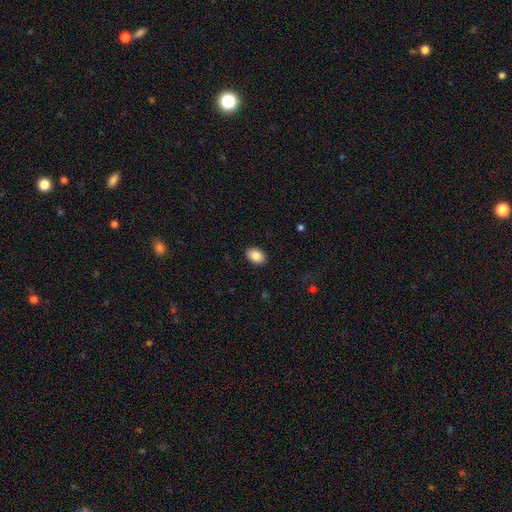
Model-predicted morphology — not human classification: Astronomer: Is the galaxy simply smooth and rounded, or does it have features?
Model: smooth — 87%.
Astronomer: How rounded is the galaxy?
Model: in between — 86%.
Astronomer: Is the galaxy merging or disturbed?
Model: none — 90%.